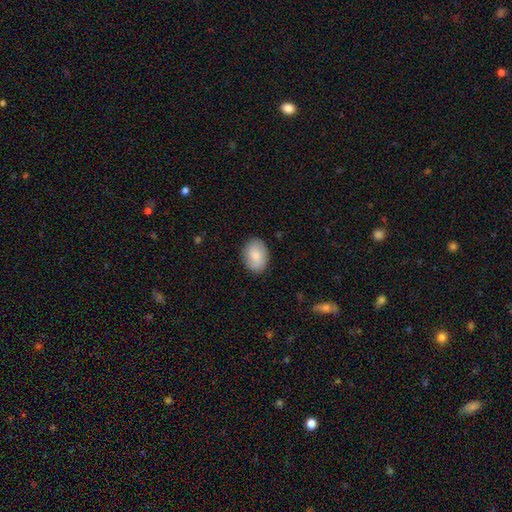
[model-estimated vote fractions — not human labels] Smooth or featured? Predicted: smooth (p=0.77). How rounded? Predicted: in between (p=0.76). Merging? Predicted: none (p=0.85).